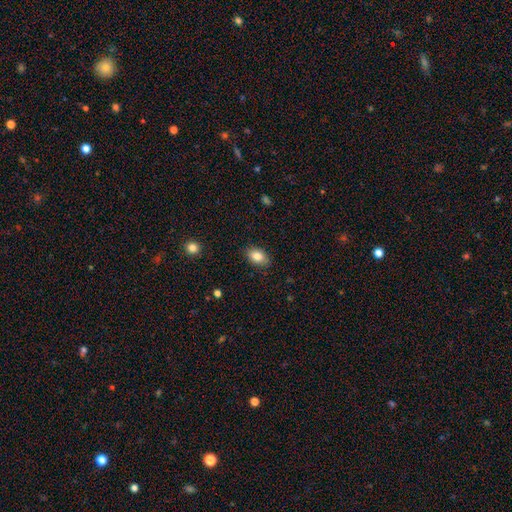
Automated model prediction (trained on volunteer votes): smooth 84%, featured or disk 8%, star or artifact 8%. Down the decision tree: how rounded — in between (85%); merging — none (86%).